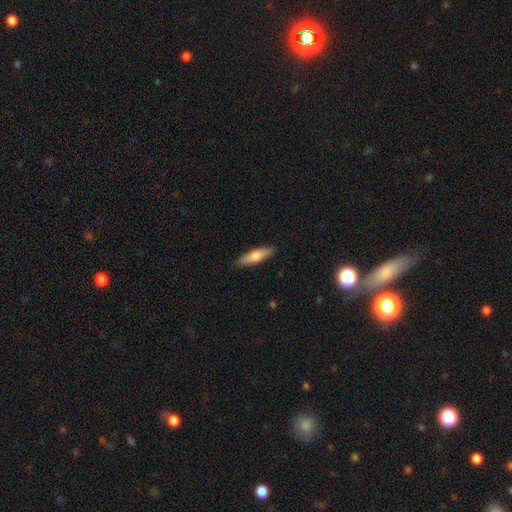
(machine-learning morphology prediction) Smooth or featured: smooth — 67% (featured or disk — 27%)
How rounded: cigar-shaped — 63% (in between — 35%)
Merging: none — 88% (minor disturbance — 9%)